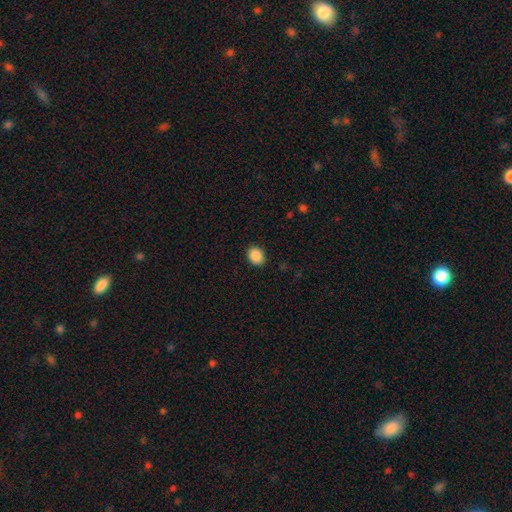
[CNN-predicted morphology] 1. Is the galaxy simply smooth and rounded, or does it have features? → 89% smooth, 8% star or artifact, 3% featured or disk.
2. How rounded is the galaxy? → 54% round, 45% in between, 1% cigar-shaped.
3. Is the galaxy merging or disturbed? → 89% none, 8% minor disturbance, 2% major disturbance, 1% merger.